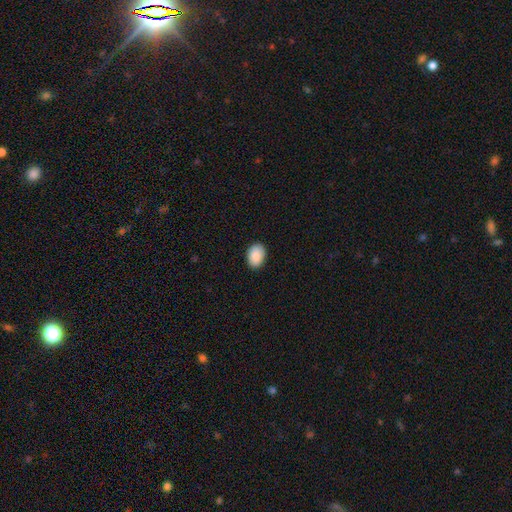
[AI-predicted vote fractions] Morphology: type=smooth (90%); roundness=in between (82%); merging=none (88%).